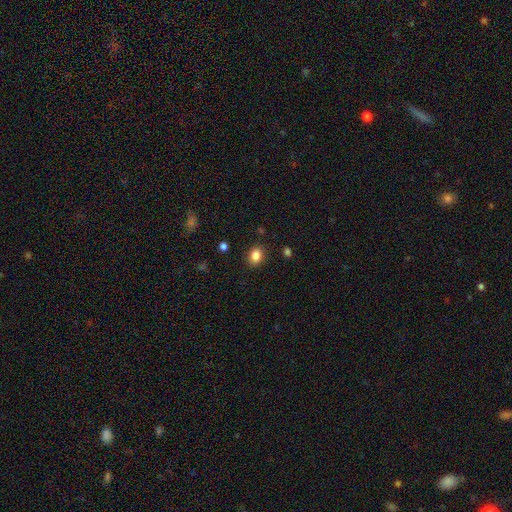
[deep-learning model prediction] The model was most divided on "how rounded": in between: 61%, round: 38%, cigar-shaped: 1%. More confident: merging — none (87%); smooth or featured — smooth (85%).